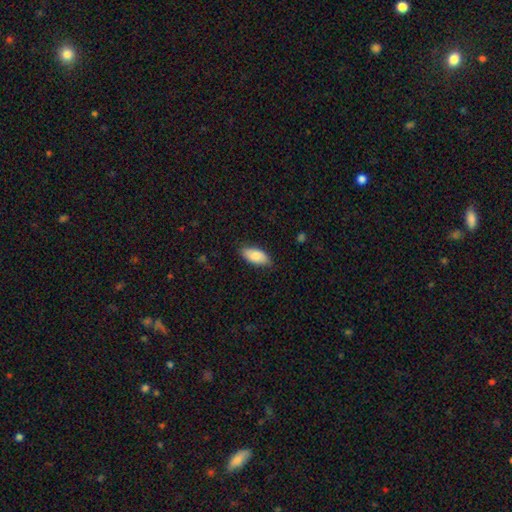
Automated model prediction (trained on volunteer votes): This appears to be a smooth galaxy with no disk features (85%) that is in between round and cigar-shaped (90%). Merging: none (82%).